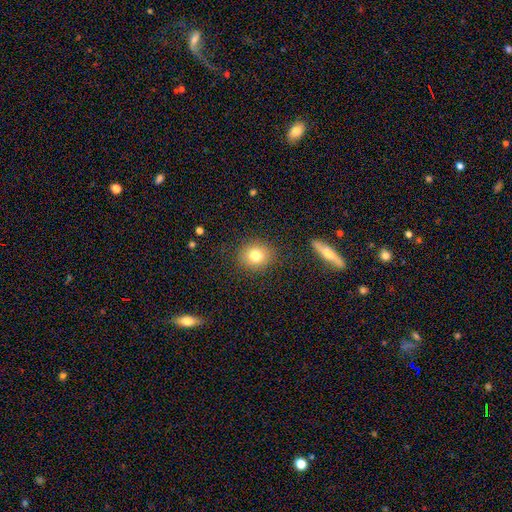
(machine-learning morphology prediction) Overall: smooth (78%). How rounded: round (71%). Merging: none (87%).